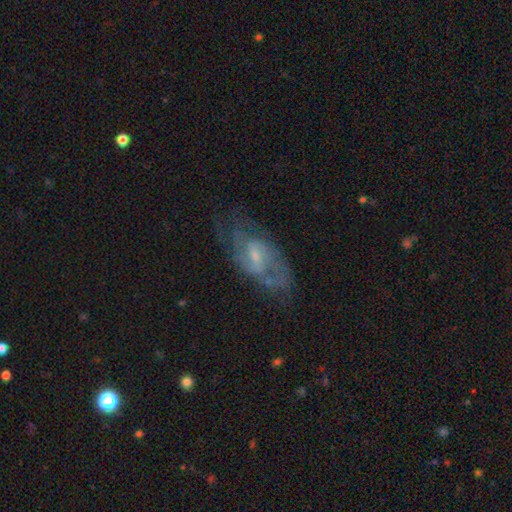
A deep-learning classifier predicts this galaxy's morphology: smooth_or_featured: featured or disk (p=0.77) [alt: smooth p=0.16]
disk_edge_on: no (p=0.93) [alt: yes p=0.07]
bar: weak (p=0.57) [alt: no p=0.29]
has_spiral_arms: yes (p=0.86) [alt: no p=0.14]
spiral_winding: medium (p=0.49) [alt: tight p=0.29]
spiral_arm_count: 2 (p=0.59) [alt: can't tell p=0.26]
bulge_size: small (p=0.57) [alt: moderate p=0.31]
merging: none (p=0.65) [alt: minor disturbance p=0.20]